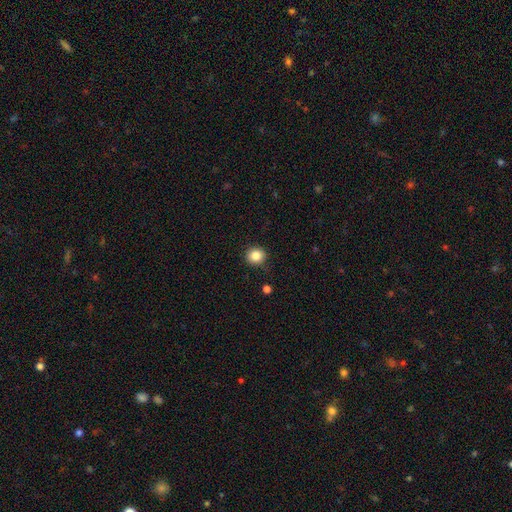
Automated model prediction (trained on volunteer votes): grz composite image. It shows a smooth galaxy with no disk features (85%) that is round (89%). Merging: none (90%).